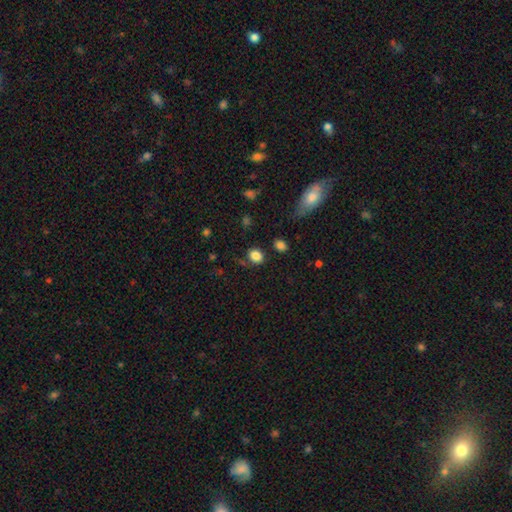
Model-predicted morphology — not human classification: Q: Smooth or featured?
A: smooth (84%); runner-up: star or artifact (11%)
Q: How rounded?
A: round (58%); runner-up: in between (41%)
Q: Merging?
A: none (78%); runner-up: minor disturbance (13%)